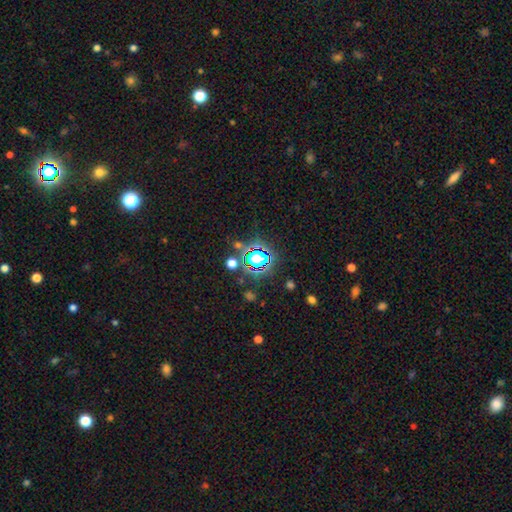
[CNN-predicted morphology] A star or artifact, not a galaxy (77%).